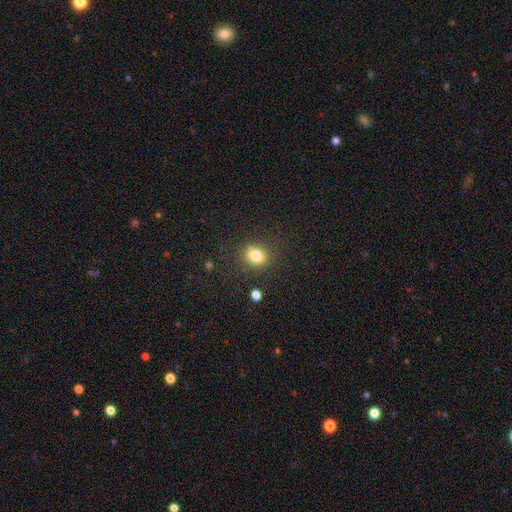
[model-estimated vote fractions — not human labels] Overall: smooth (80%). How rounded: round (68%; in between 31%). Merging: none (80%).